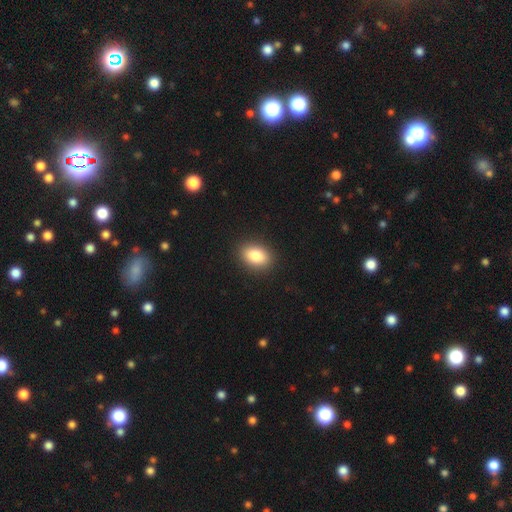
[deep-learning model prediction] This appears to be a smooth galaxy with no disk features (85%) that is in between round and cigar-shaped (81%). Merging: none (90%).